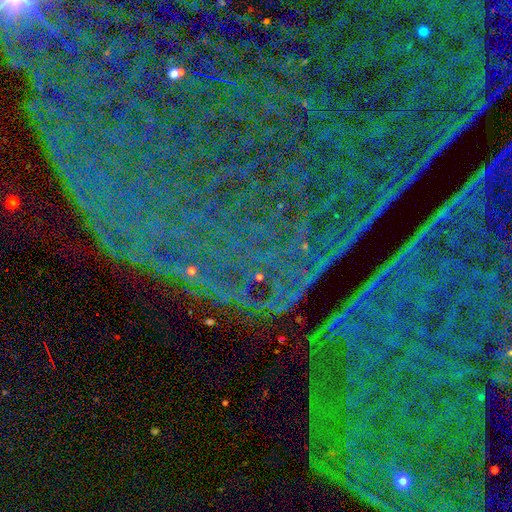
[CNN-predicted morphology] type=star or artifact (86%).